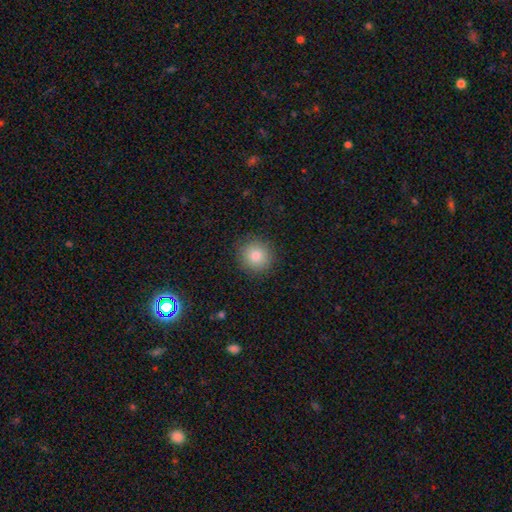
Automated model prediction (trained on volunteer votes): Smooth or featured: smooth — 83% (star or artifact — 10%)
How rounded: round — 92% (in between — 7%)
Merging: none — 90% (minor disturbance — 7%)